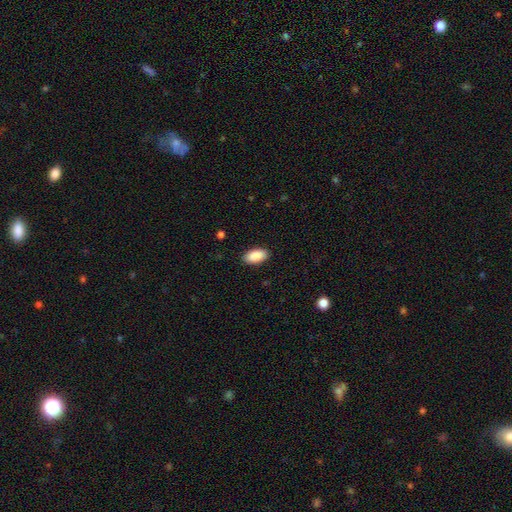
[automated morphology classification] Smooth or featured? smooth (90%)
How rounded? in between (94%)
Merging? none (90%)